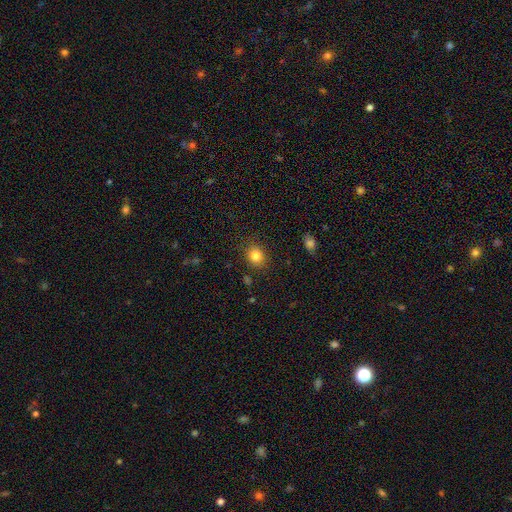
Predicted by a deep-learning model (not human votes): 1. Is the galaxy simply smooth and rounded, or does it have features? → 83% smooth, 11% star or artifact, 5% featured or disk.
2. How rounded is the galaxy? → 75% round, 25% in between, 1% cigar-shaped.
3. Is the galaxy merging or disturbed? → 85% none, 10% minor disturbance, 3% major disturbance, 2% merger.